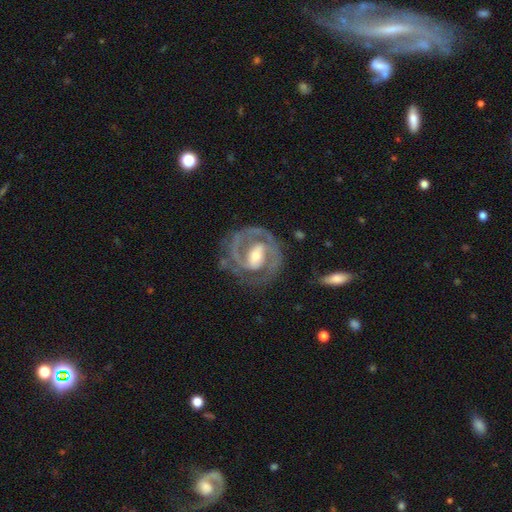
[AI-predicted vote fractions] The model was most divided on "bar": weak: 40%, strong: 37%, no: 23%. More confident: edge-on disk — no (97%); spiral arms — yes (94%); smooth or featured — featured or disk (89%); spiral arm count — 2 (79%); merging — none (72%); bulge size — moderate (56%); spiral winding — tight (51%).